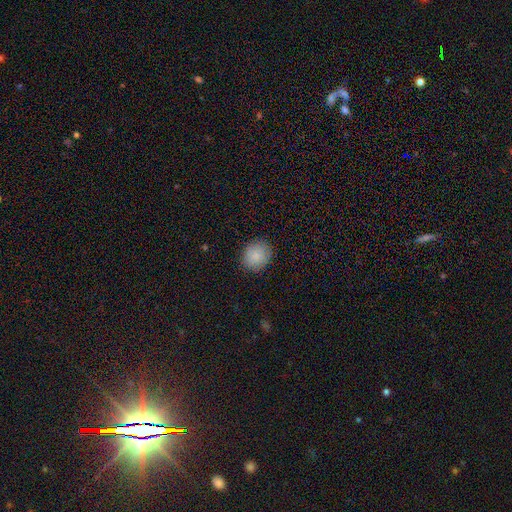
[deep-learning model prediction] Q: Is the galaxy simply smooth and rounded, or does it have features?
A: smooth — 86%.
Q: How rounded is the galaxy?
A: round — 78%.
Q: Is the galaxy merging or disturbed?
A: none — 87%.